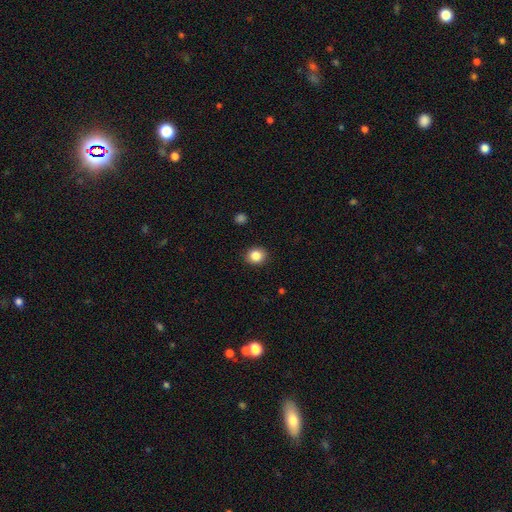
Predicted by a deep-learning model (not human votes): Smooth or featured: smooth — 85% (star or artifact — 10%)
How rounded: round — 77% (in between — 22%)
Merging: none — 91% (minor disturbance — 6%)